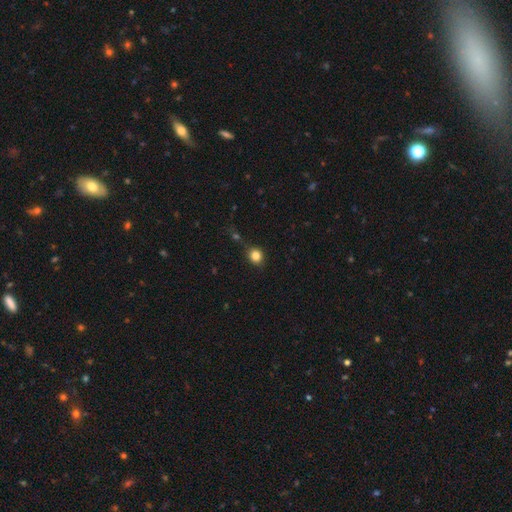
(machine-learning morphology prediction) Smooth or featured: smooth — 83% (star or artifact — 12%)
How rounded: round — 79% (in between — 20%)
Merging: none — 73% (minor disturbance — 15%)